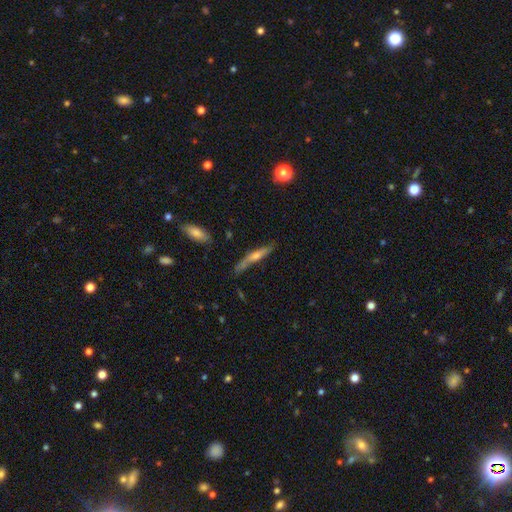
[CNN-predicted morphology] The model was most divided on "smooth or featured": featured or disk: 59%, smooth: 30%, star or artifact: 10%. More confident: edge-on disk — yes (86%); edge-on bulge — rounded (76%); merging — none (67%).